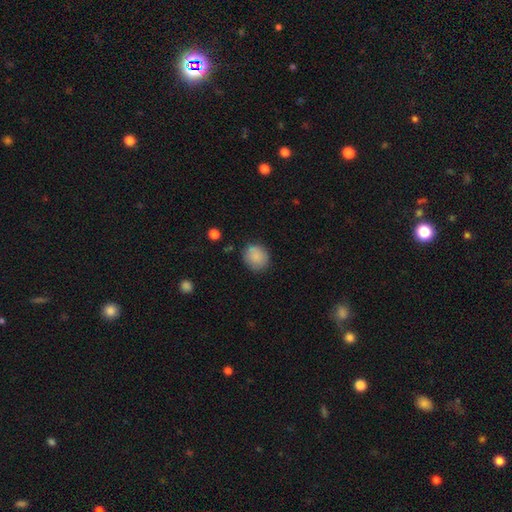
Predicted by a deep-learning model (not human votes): Smooth or featured?
  - smooth: 86% *
  - star or artifact: 8%
  - featured or disk: 6%
How rounded?
  - round: 78% *
  - in between: 21%
  - cigar-shaped: 1%
Merging?
  - none: 83% *
  - minor disturbance: 12%
  - major disturbance: 3%
  - merger: 2%